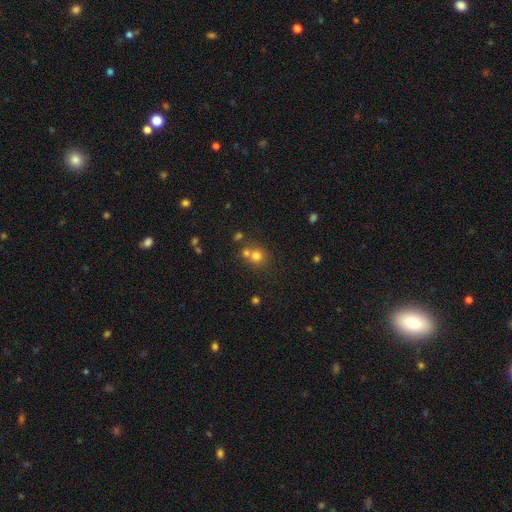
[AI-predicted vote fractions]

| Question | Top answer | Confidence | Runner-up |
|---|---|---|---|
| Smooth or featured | smooth | 72% | star or artifact (17%) |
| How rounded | round | 86% | in between (13%) |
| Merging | none | 55% | merger (35%) |